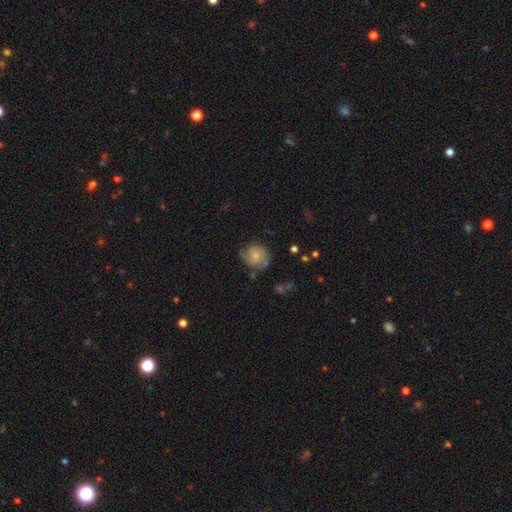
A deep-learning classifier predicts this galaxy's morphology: This is likely a smooth galaxy (67%). How rounded: clearly round (84%). Merging: likely none (62%).